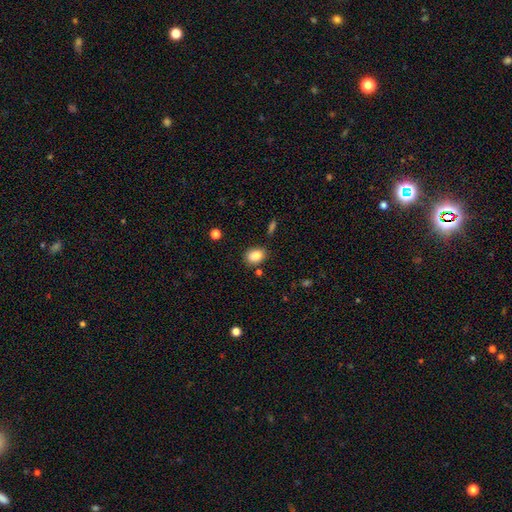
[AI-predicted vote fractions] Q: Smooth or featured?
A: smooth (85%); runner-up: star or artifact (9%)
Q: How rounded?
A: in between (69%); runner-up: round (30%)
Q: Merging?
A: none (75%); runner-up: minor disturbance (16%)